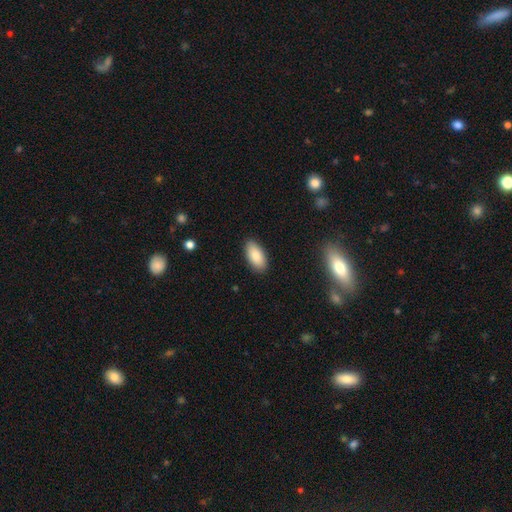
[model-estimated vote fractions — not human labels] smooth_or_featured: smooth (p=0.86) [alt: featured or disk p=0.07]
how_rounded: in between (p=0.94) [alt: cigar-shaped p=0.04]
merging: none (p=0.88) [alt: minor disturbance p=0.09]